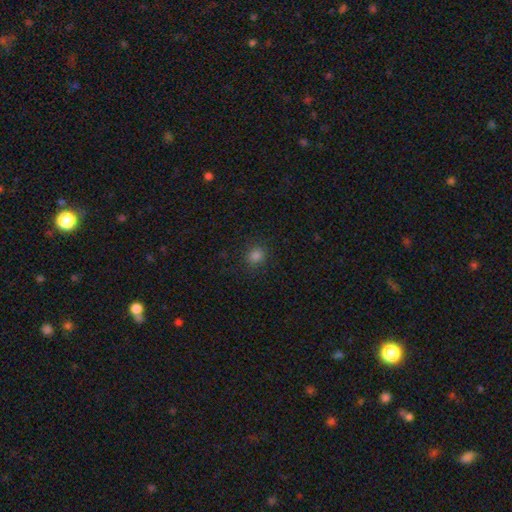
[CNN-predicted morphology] Smooth or featured? smooth (81%)
How rounded? round (84%)
Merging? none (89%)